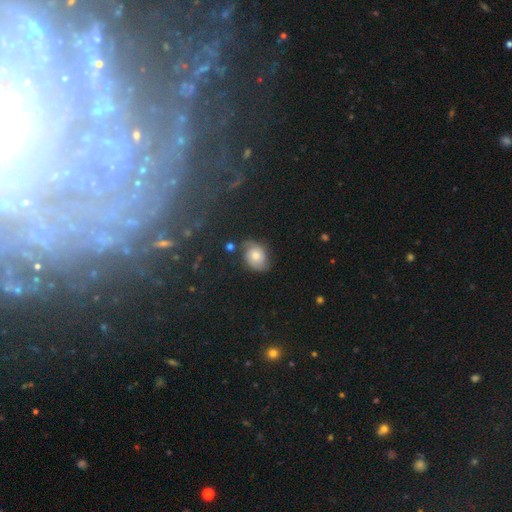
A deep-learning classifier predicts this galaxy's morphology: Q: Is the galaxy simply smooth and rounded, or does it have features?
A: smooth — 59%.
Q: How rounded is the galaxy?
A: in between — 70%.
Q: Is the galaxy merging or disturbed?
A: none — 65%.